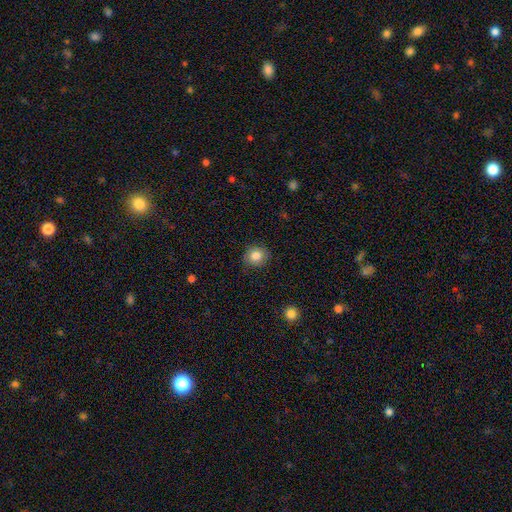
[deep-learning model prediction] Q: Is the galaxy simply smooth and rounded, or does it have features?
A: smooth — 83%.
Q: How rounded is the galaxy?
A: round — 82%.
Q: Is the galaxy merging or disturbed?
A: none — 83%.